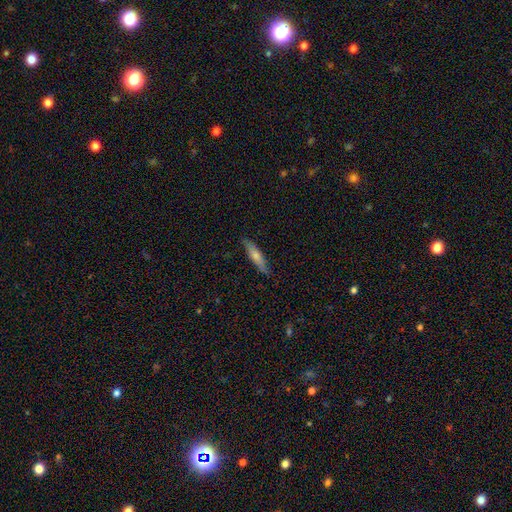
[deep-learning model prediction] This is possibly a smooth galaxy (59%). How rounded: clearly cigar-shaped (85%). Merging: clearly none (85%).